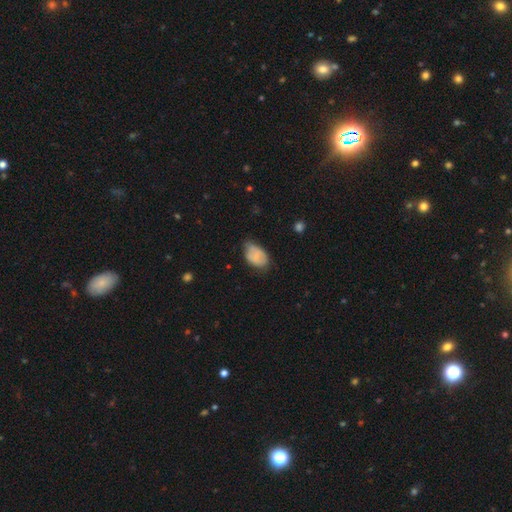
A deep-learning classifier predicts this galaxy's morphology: smooth-or-featured: smooth: 72% | featured or disk: 20% | star or artifact: 8%
  how-rounded: in between: 88% | round: 11% | cigar-shaped: 1%
  merging: none: 50% | minor disturbance: 39% | major disturbance: 9% | merger: 2%